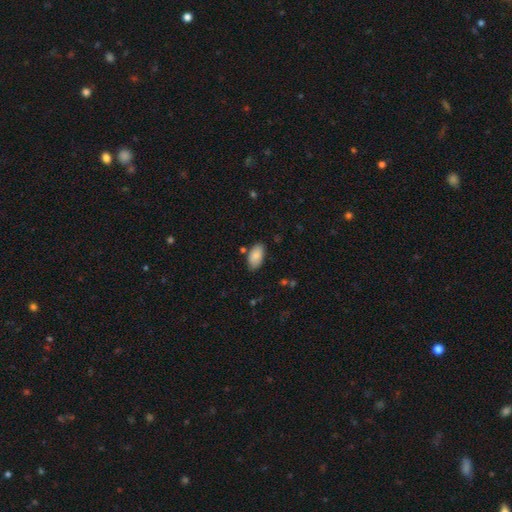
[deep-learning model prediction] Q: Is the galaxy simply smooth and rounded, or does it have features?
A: smooth — 85%.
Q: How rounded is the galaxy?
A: in between — 95%.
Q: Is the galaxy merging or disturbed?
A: none — 78%.